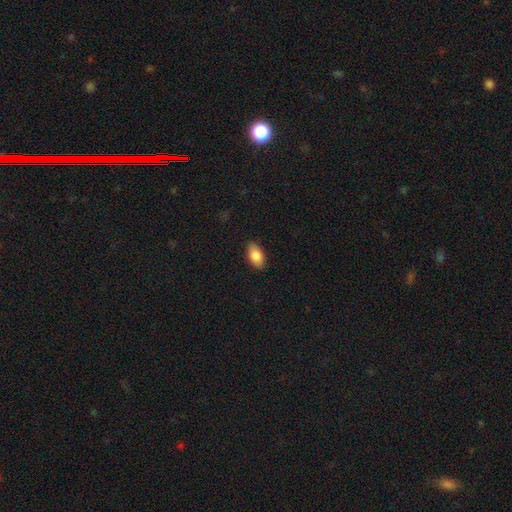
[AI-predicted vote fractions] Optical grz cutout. It shows a smooth galaxy with no disk features (85%) that is in between round and cigar-shaped (93%). Merging: none (87%).